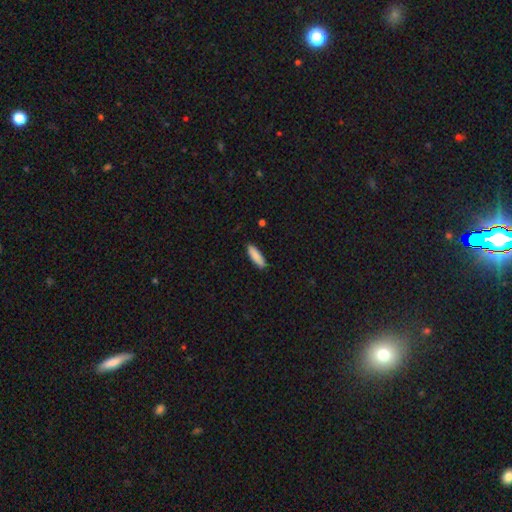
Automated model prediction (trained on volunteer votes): A smooth galaxy with no disk features (88%) that is cigar-shaped (64%).

Vote fractions:
- Smooth or featured? smooth: 88% / featured or disk: 6% / star or artifact: 6%
- How rounded? cigar-shaped: 64% / in between: 35% / round: 1%
- Merging? none: 88% / minor disturbance: 9% / major disturbance: 2% / merger: 1%